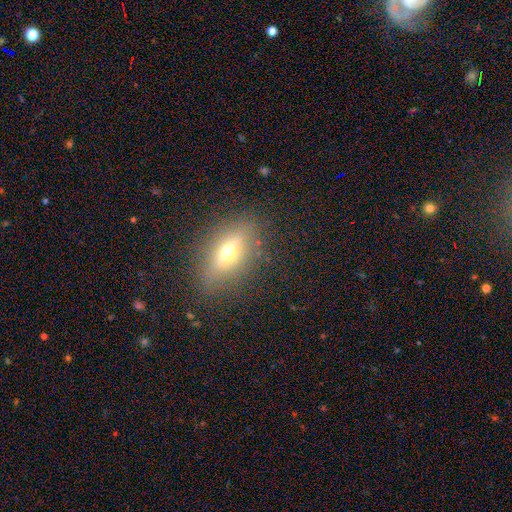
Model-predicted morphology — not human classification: This is marginally a smooth galaxy (44%). Merging: clearly none (85%).